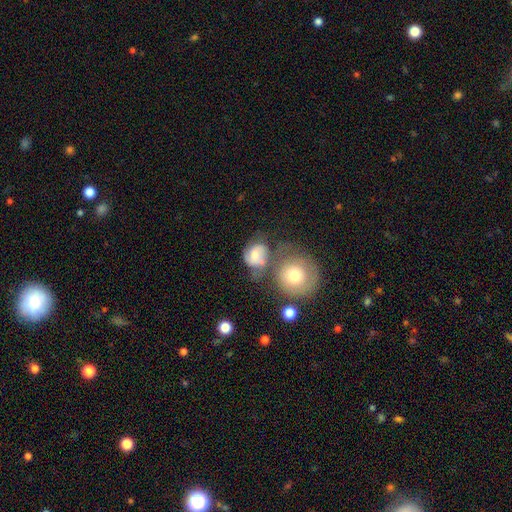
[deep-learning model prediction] Q: Smooth or featured?
A: smooth (49%); runner-up: featured or disk (41%)
Q: Merging?
A: none (37%); runner-up: merger (27%)